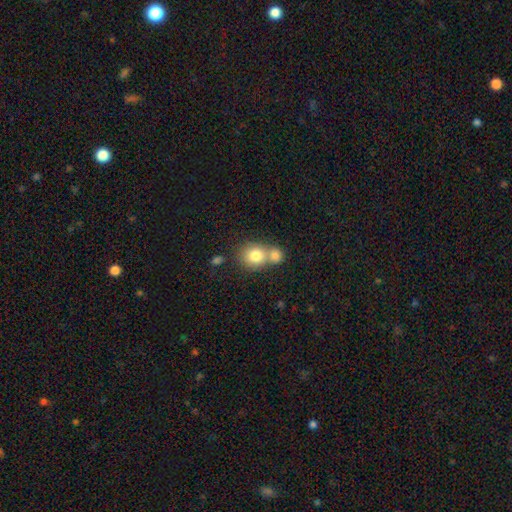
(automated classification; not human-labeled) smooth 78%, featured or disk 12%, star or artifact 10%. Down the decision tree: how rounded — round (76%); merging — merger (53%).